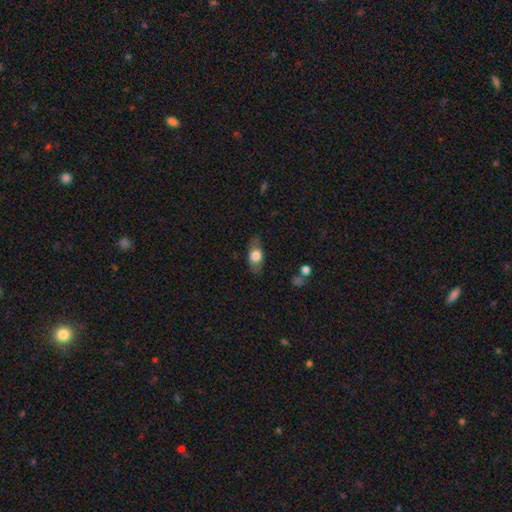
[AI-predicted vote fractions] smooth-or-featured: smooth: 66% | featured or disk: 27% | star or artifact: 7%
  how-rounded: in between: 80% | round: 11% | cigar-shaped: 9%
  merging: none: 77% | minor disturbance: 17% | major disturbance: 5% | merger: 1%